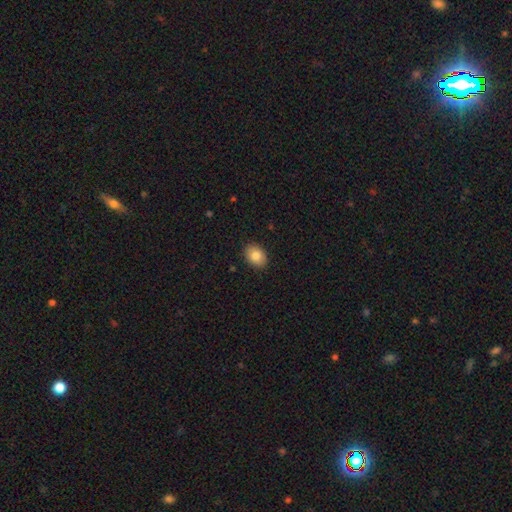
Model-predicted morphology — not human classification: Smooth or featured? smooth (83%)
How rounded? in between (72%)
Merging? none (90%)